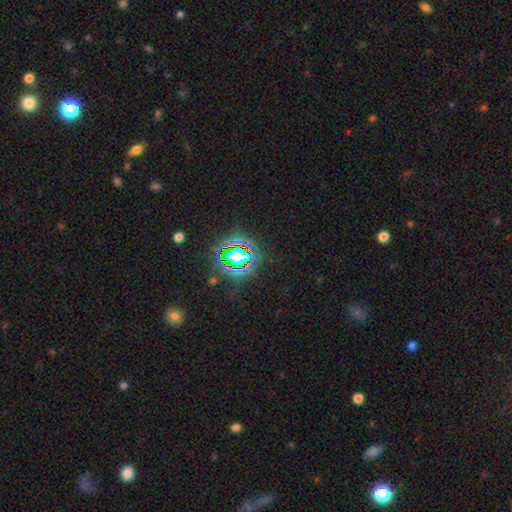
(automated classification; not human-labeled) The model was most divided on "smooth or featured": star or artifact: 81%, smooth: 12%, featured or disk: 7%.